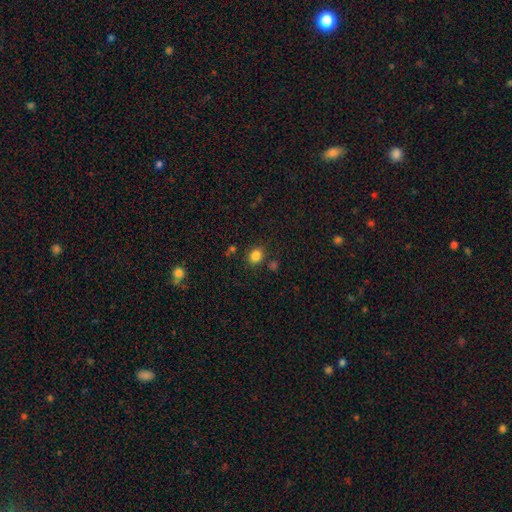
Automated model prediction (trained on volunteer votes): smooth_or_featured: smooth (p=0.83) [alt: star or artifact p=0.12]
how_rounded: round (p=0.61) [alt: in between p=0.38]
merging: none (p=0.81) [alt: minor disturbance p=0.10]